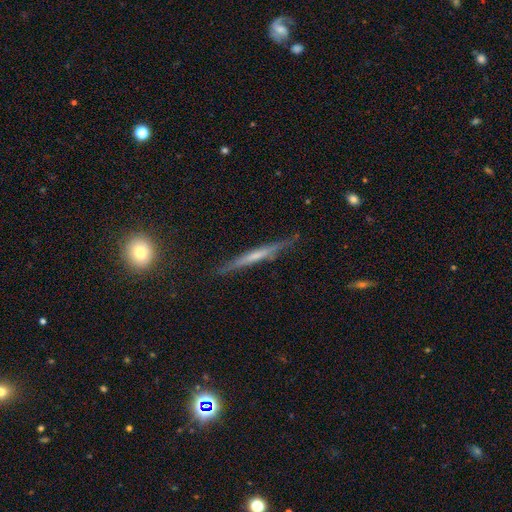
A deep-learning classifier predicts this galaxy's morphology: A featured or disk galaxy (56%) viewed edge-on (95%) with no central bulge (69%).

Vote fractions:
- Smooth or featured? featured or disk: 56% / smooth: 36% / star or artifact: 8%
- Edge-on disk? yes: 95% / no: 5%
- Edge-on bulge? none: 69% / rounded: 20% / boxy: 11%
- Merging? none: 83% / minor disturbance: 12% / major disturbance: 2% / merger: 2%